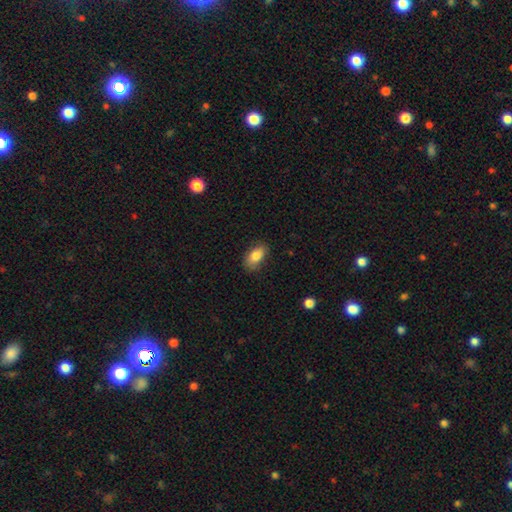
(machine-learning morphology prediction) smooth-or-featured: smooth: 83% | featured or disk: 9% | star or artifact: 7%
  how-rounded: in between: 91% | round: 6% | cigar-shaped: 4%
  merging: none: 81% | minor disturbance: 15% | major disturbance: 3% | merger: 1%